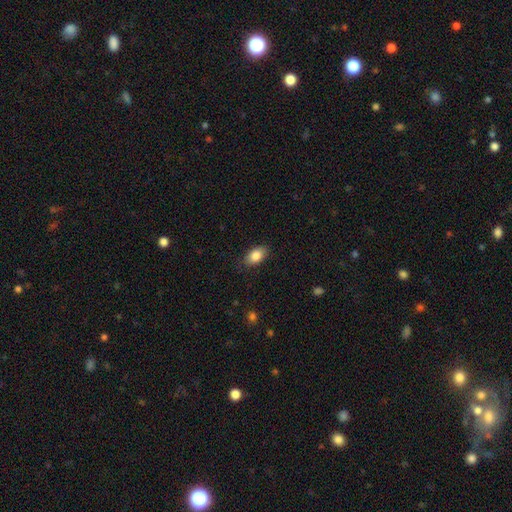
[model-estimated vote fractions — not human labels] The model was most divided on "merging": none: 84%, minor disturbance: 12%, major disturbance: 3%, merger: 1%. More confident: how rounded — in between (90%); smooth or featured — smooth (86%).